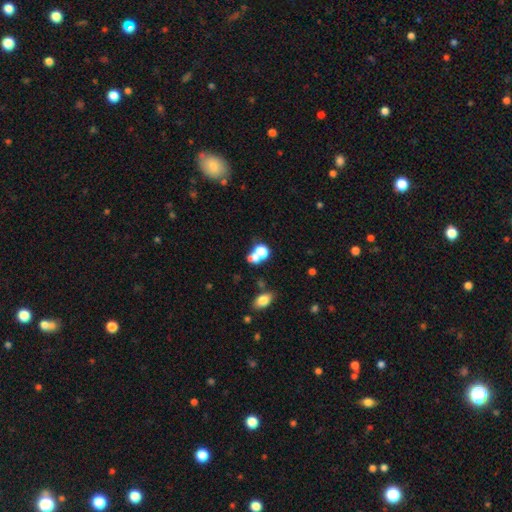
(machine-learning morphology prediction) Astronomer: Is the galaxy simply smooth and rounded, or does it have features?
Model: smooth — 67%.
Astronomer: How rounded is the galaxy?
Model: round — 56% (runner-up: in between, 42%).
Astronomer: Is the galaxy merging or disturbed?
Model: merger — 50% (runner-up: none, 33%).